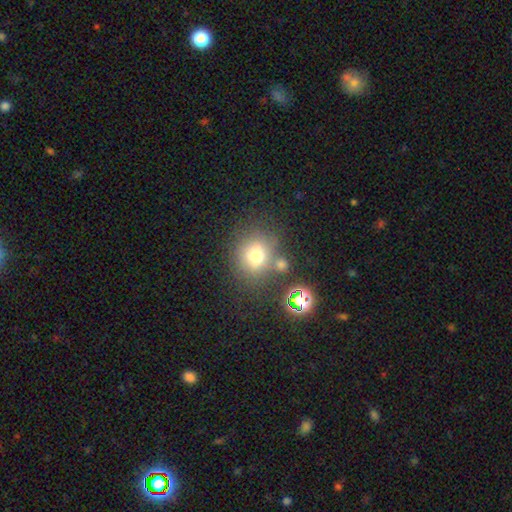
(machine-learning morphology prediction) A smooth galaxy with no disk features (70%) that is round (80%). Merging: none (67%).